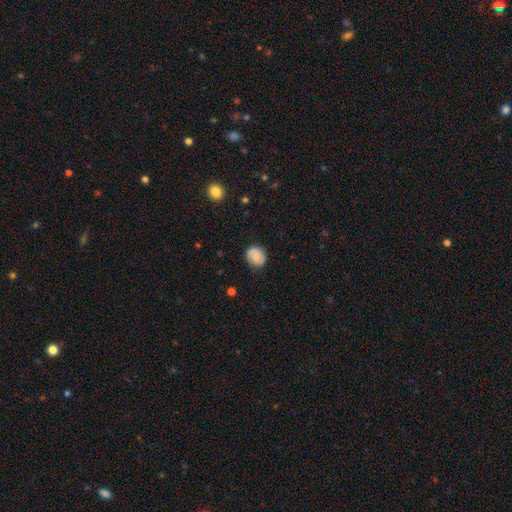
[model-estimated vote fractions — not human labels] Smooth or featured? smooth (62%)
How rounded? round (73%)
Merging? none (81%)